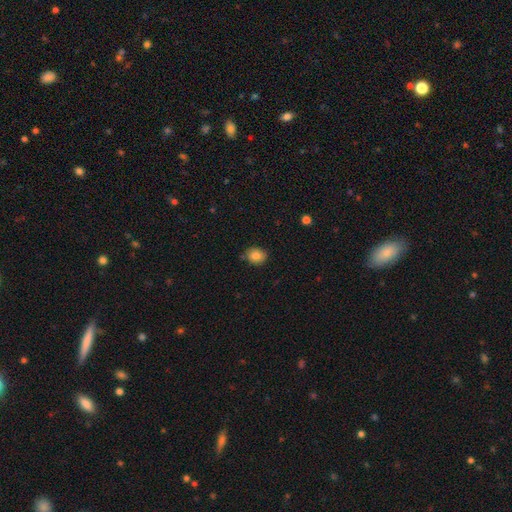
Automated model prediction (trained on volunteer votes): smooth-or-featured: smooth: 84% | star or artifact: 9% | featured or disk: 7%
  how-rounded: round: 55% | in between: 44% | cigar-shaped: 1%
  merging: none: 79% | minor disturbance: 16% | merger: 3% | major disturbance: 3%